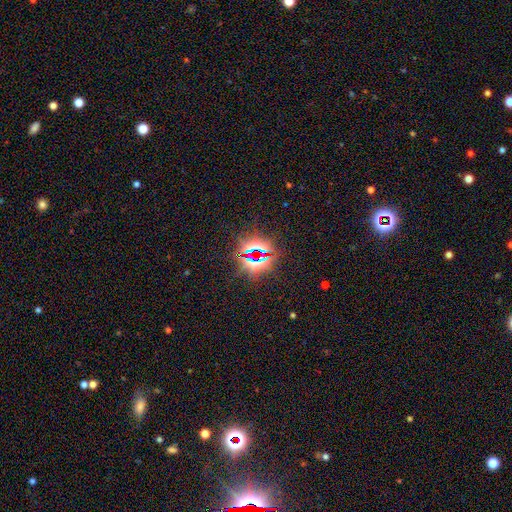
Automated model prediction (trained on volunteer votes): Smooth or featured? star or artifact (80%)